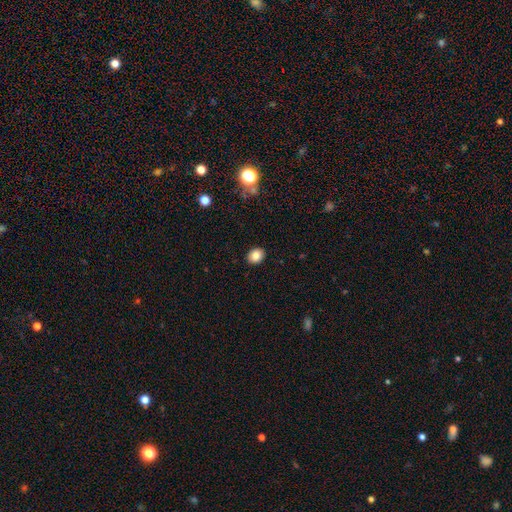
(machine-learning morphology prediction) This is clearly a smooth galaxy (82%). How rounded: possibly round (52%). Merging: clearly none (91%).